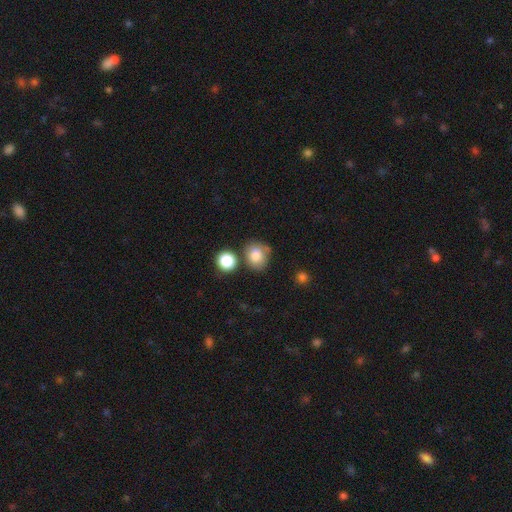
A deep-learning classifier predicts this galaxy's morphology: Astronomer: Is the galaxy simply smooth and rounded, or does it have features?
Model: smooth — 82%.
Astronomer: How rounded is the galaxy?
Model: round — 64%.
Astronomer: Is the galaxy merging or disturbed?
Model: none — 61%.